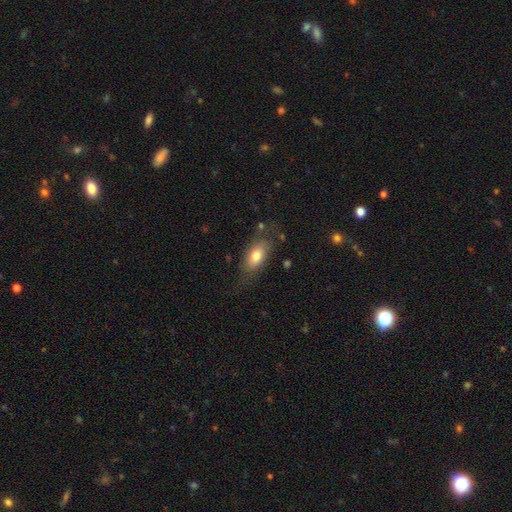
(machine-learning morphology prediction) This appears to be a smooth galaxy with no disk features (72%) that is in between round and cigar-shaped (86%). Merging: none (67%).